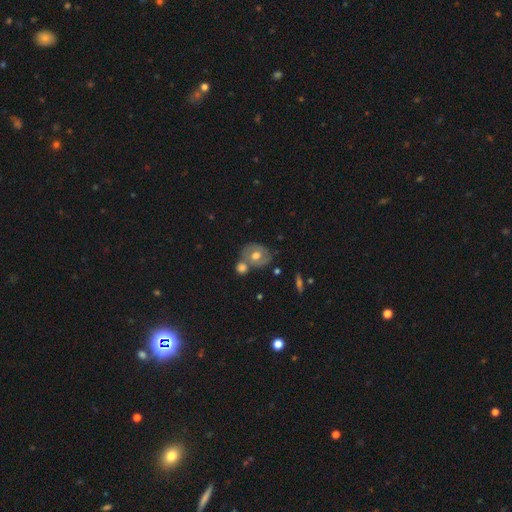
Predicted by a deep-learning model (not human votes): Morphology: type=smooth (49%); merging=none (53%).